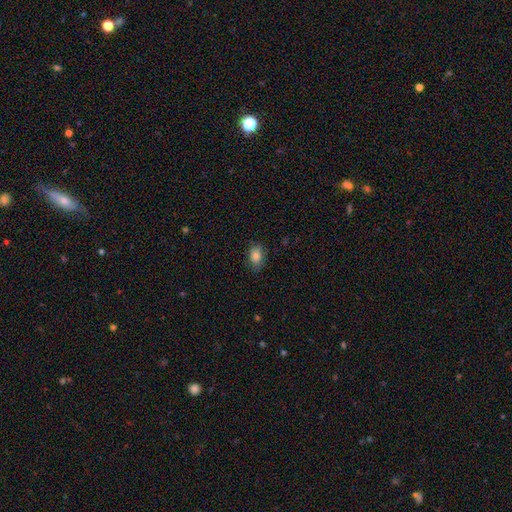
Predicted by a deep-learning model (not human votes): This appears to be a smooth galaxy with no disk features (83%) that is in between round and cigar-shaped (82%). Merging: none (77%).